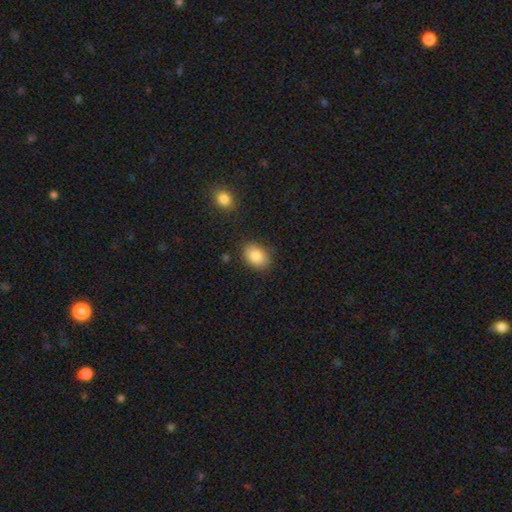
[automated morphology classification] type=smooth (87%); roundness=in between (74%); merging=none (84%).